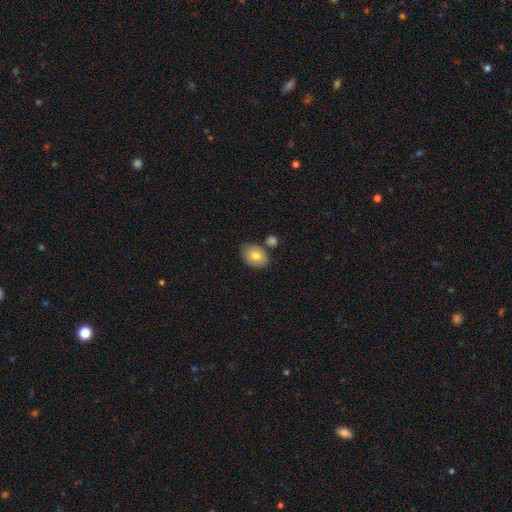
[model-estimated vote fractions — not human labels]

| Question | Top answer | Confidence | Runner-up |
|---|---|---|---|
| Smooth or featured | smooth | 76% | featured or disk (16%) |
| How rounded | in between | 77% | round (22%) |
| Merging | none | 68% | minor disturbance (16%) |